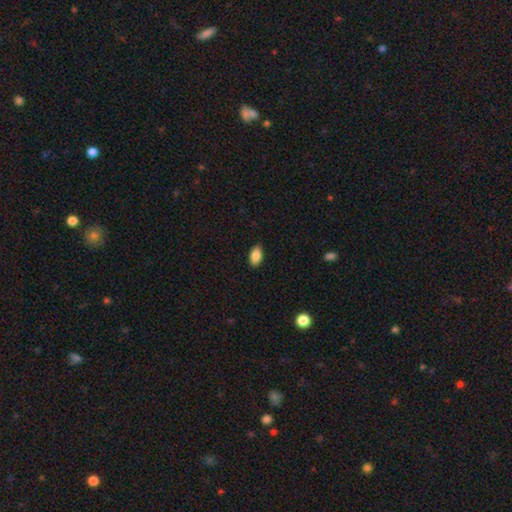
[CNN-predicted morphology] Smooth or featured: smooth — 88% (star or artifact — 8%)
How rounded: in between — 93% (round — 4%)
Merging: none — 88% (minor disturbance — 9%)